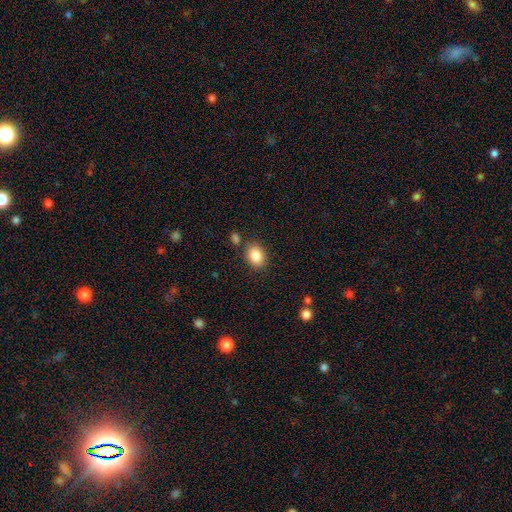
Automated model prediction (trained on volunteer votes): Overall: smooth (87%). How rounded: in between (61%; round 38%). Merging: none (78%).